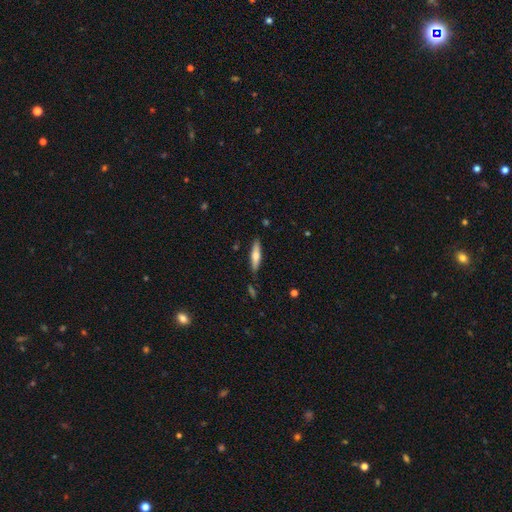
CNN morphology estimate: A smooth galaxy with no disk features (58%) that is cigar-shaped (78%). Merging: none (85%).